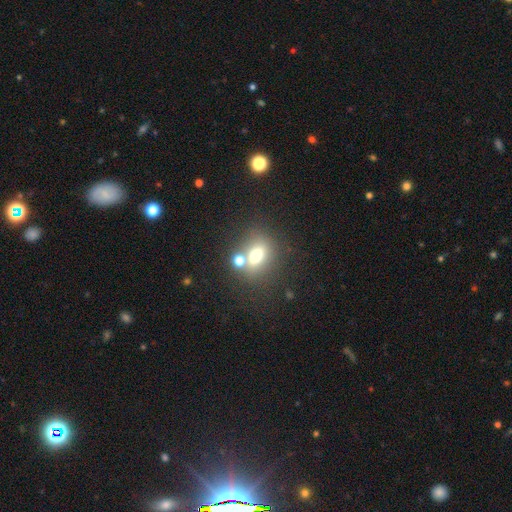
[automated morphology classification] smooth-or-featured: smooth: 69% | featured or disk: 17% | star or artifact: 14%
  how-rounded: in between: 53% | round: 45% | cigar-shaped: 2%
  merging: none: 55% | merger: 29% | minor disturbance: 11% | major disturbance: 5%